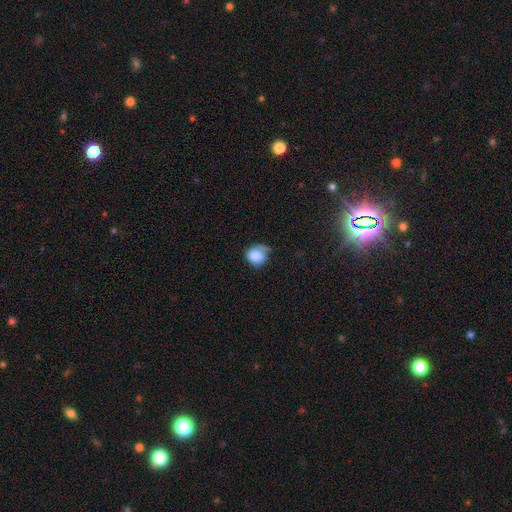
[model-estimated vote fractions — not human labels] The model was most divided on "merging" (2-way tie): minor disturbance: 37%, none: 37%, major disturbance: 21%, merger: 5%. More confident: smooth or featured — smooth (81%); how rounded — round (66%).